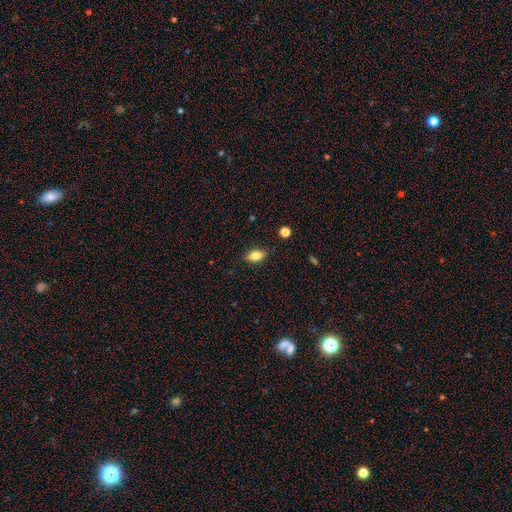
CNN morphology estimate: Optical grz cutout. It shows a smooth galaxy with no disk features (75%) that is in between round and cigar-shaped (83%). Merging: none (84%).